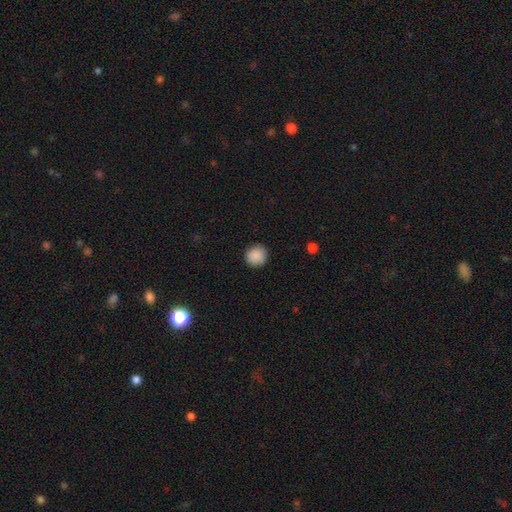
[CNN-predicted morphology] The model was most divided on "smooth or featured": smooth: 89%, star or artifact: 8%, featured or disk: 3%. More confident: how rounded — round (93%); merging — none (90%).